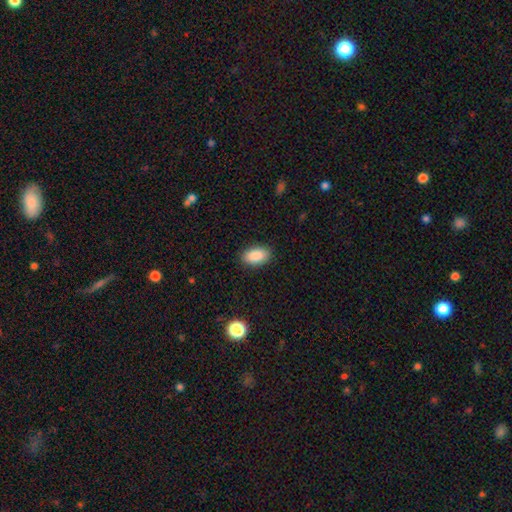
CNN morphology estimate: type=smooth (89%); roundness=in between (93%); merging=none (89%).